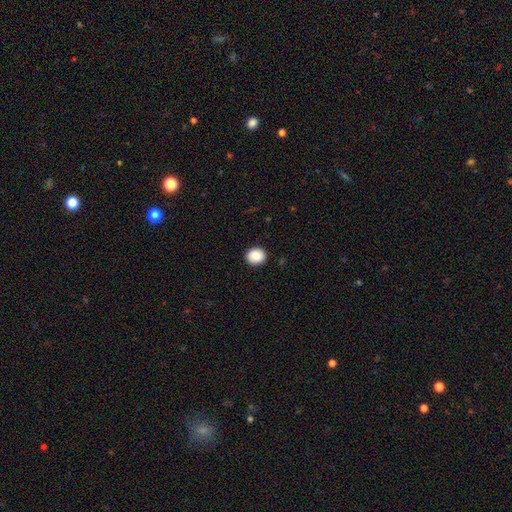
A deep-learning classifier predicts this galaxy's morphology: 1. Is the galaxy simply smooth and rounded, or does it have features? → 87% smooth, 8% star or artifact, 5% featured or disk.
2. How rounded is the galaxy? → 73% round, 26% in between, 1% cigar-shaped.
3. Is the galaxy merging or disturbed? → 90% none, 7% minor disturbance, 2% major disturbance, 1% merger.